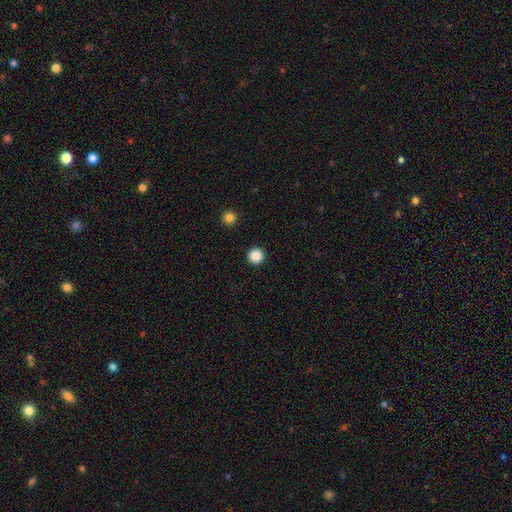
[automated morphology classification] Smooth or featured? Predicted: smooth (p=0.85). How rounded? Predicted: round (p=0.97). Merging? Predicted: none (p=0.94).